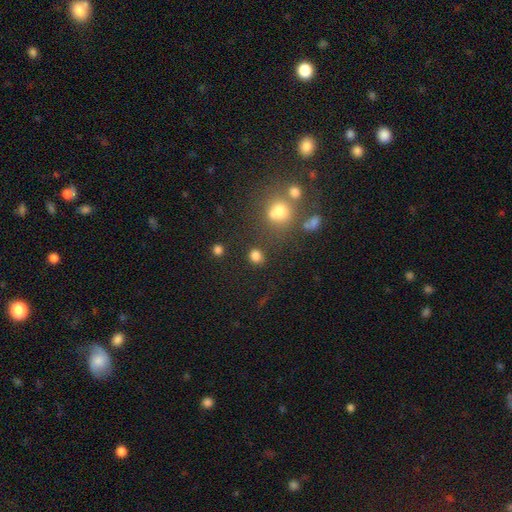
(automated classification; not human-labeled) This is likely a smooth galaxy (79%). How rounded: likely round (68%). Merging: likely none (77%).